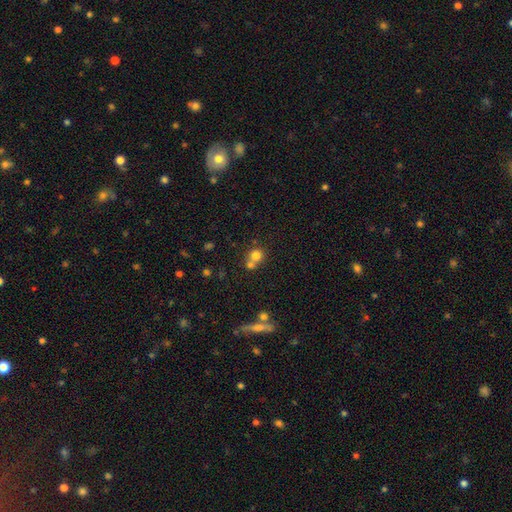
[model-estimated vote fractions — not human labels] A smooth galaxy with no disk features (76%) that is round (85%).

Vote fractions:
- Smooth or featured? smooth: 76% / star or artifact: 13% / featured or disk: 11%
- How rounded? round: 85% / in between: 14% / cigar-shaped: 1%
- Merging? merger: 48% / none: 42% / minor disturbance: 7% / major disturbance: 3%